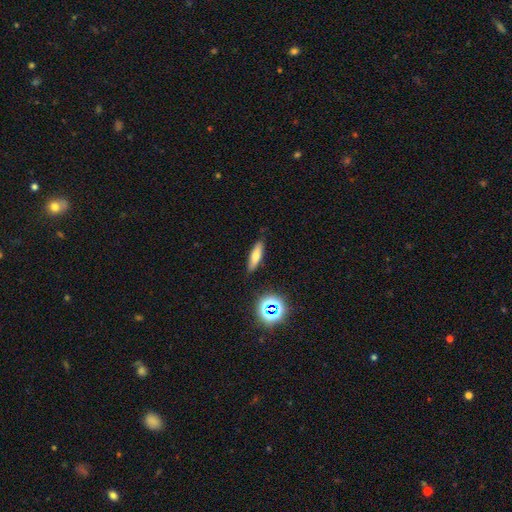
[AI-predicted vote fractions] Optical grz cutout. It shows a smooth galaxy with no disk features (67%) that is cigar-shaped (61%). Merging: none (85%).